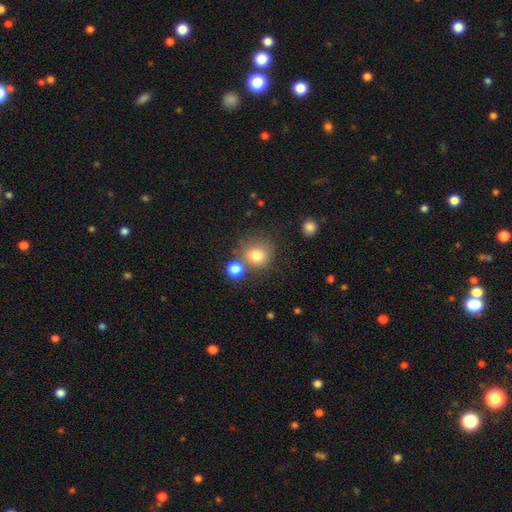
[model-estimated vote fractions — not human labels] A smooth galaxy with no disk features (77%) that is round (87%).

Vote fractions:
- Smooth or featured? smooth: 77% / star or artifact: 13% / featured or disk: 10%
- How rounded? round: 87% / in between: 12% / cigar-shaped: 1%
- Merging? none: 65% / merger: 18% / minor disturbance: 12% / major disturbance: 5%